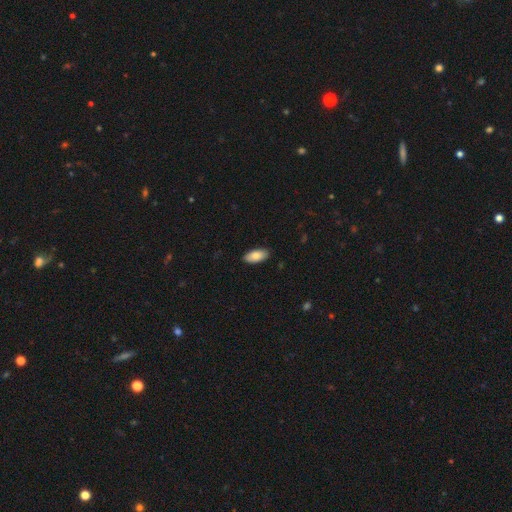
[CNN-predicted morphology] Smooth or featured: smooth — 82% (featured or disk — 11%)
How rounded: in between — 92% (cigar-shaped — 6%)
Merging: none — 89% (minor disturbance — 9%)